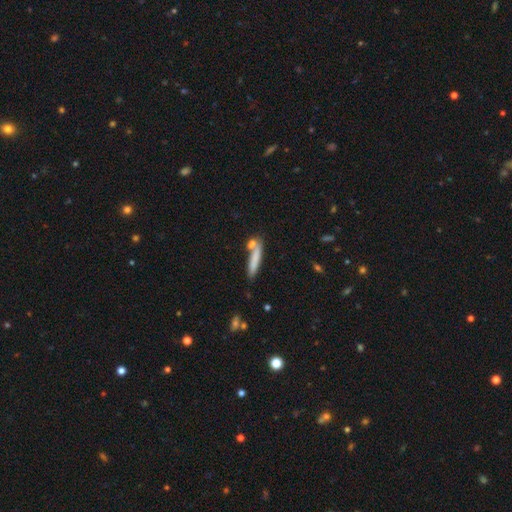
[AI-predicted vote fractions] This is likely a smooth galaxy (74%). How rounded: clearly cigar-shaped (88%). Merging: likely none (64%).